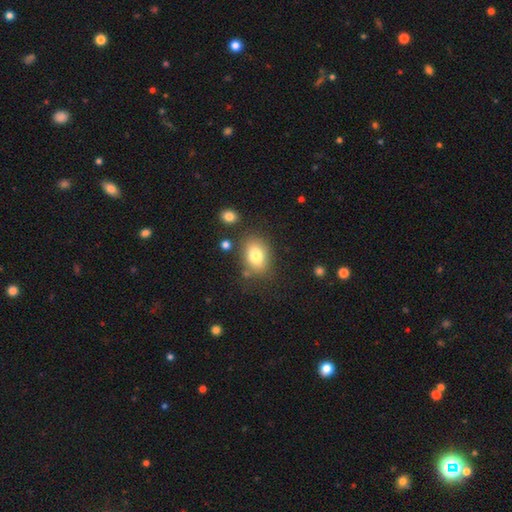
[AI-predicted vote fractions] A smooth galaxy with no disk features (78%) that is in between round and cigar-shaped (73%). Merging: none (77%).